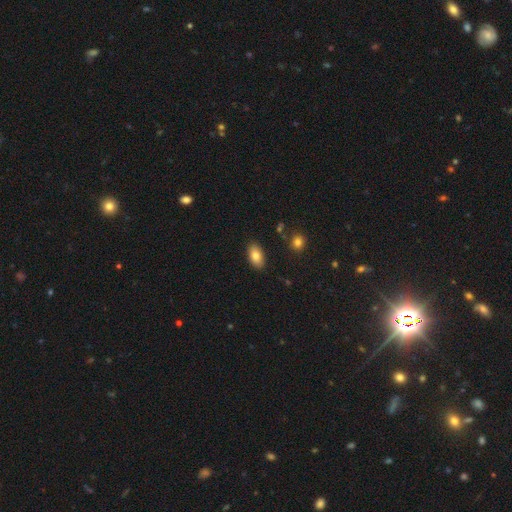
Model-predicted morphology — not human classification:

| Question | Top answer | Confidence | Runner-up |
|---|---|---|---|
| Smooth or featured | smooth | 82% | featured or disk (11%) |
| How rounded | in between | 92% | round (5%) |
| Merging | none | 87% | minor disturbance (9%) |